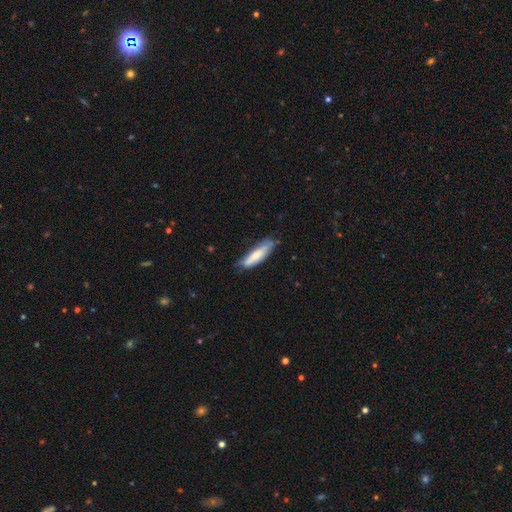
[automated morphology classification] smooth-or-featured: smooth: 70% | featured or disk: 24% | star or artifact: 6%
  how-rounded: cigar-shaped: 68% | in between: 31% | round: 1%
  merging: none: 63% | minor disturbance: 29% | major disturbance: 6% | merger: 2%